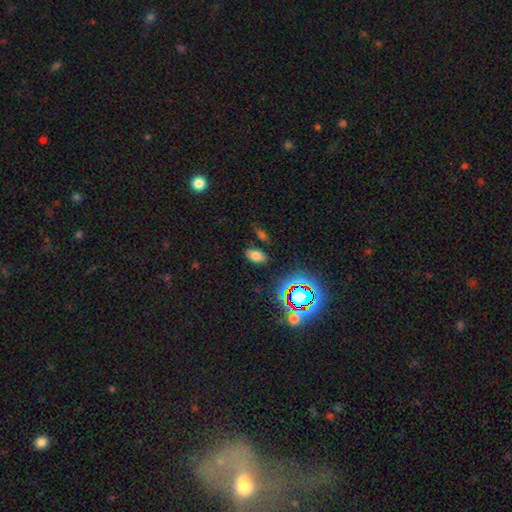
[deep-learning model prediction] Morphology: type=smooth (73%); roundness=in between (91%); merging=none (82%).